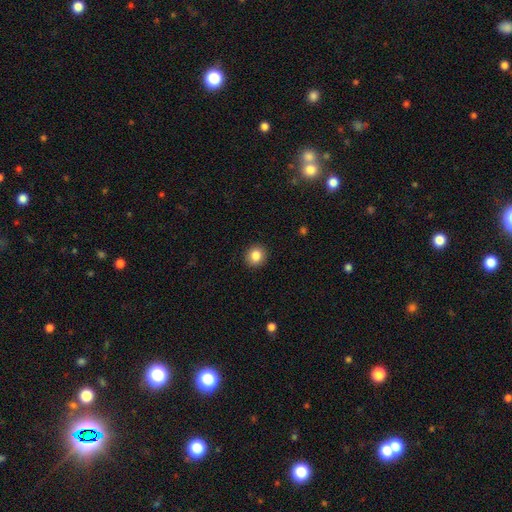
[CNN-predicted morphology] A smooth galaxy with no disk features (85%) that is round (83%).

Vote fractions:
- Smooth or featured? smooth: 85% / star or artifact: 10% / featured or disk: 5%
- How rounded? round: 83% / in between: 16% / cigar-shaped: 1%
- Merging? none: 92% / minor disturbance: 6% / major disturbance: 2% / merger: 1%